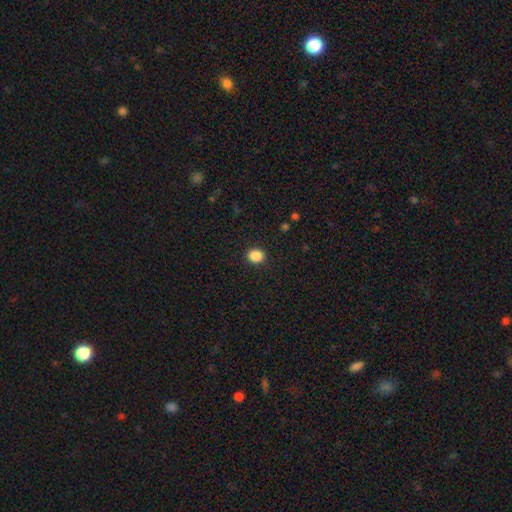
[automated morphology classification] This appears to be a smooth galaxy with no disk features (87%) that is round (65%). Merging: none (90%).